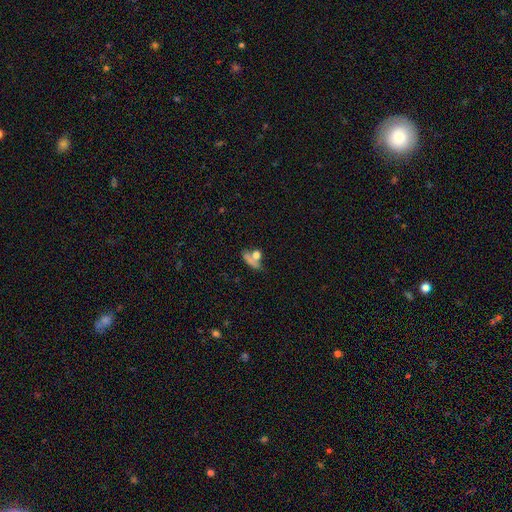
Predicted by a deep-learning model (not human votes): Smooth or featured: smooth — 65% (featured or disk — 20%)
How rounded: in between — 45% (round — 40%)
Merging: none — 39% (merger — 33%)